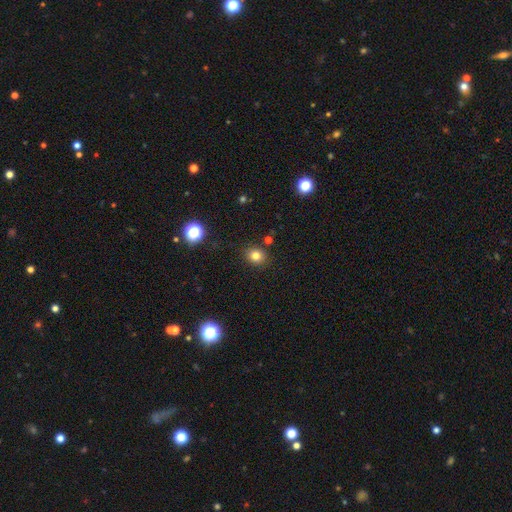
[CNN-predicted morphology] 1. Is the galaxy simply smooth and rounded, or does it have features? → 80% smooth, 14% star or artifact, 6% featured or disk.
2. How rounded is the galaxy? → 73% round, 26% in between, 1% cigar-shaped.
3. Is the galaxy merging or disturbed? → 87% none, 8% minor disturbance, 3% merger, 2% major disturbance.